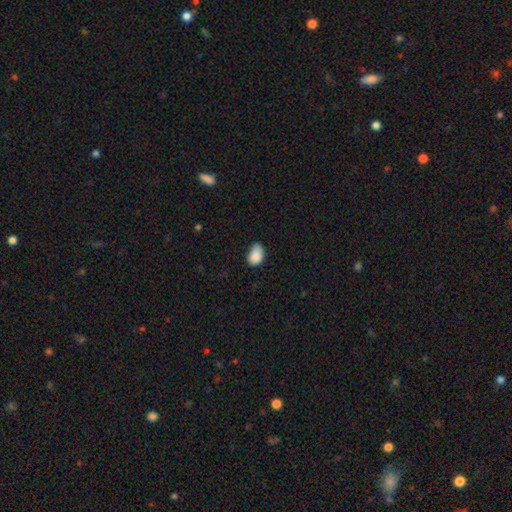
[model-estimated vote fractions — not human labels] smooth_or_featured: smooth (p=0.88) [alt: star or artifact p=0.08]
how_rounded: in between (p=0.85) [alt: round p=0.14]
merging: none (p=0.57) [alt: minor disturbance p=0.36]